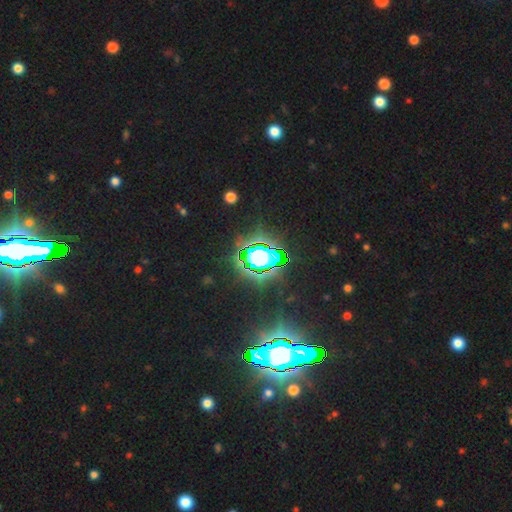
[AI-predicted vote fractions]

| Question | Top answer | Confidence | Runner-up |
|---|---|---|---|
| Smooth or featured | star or artifact | 85% | smooth (8%) |